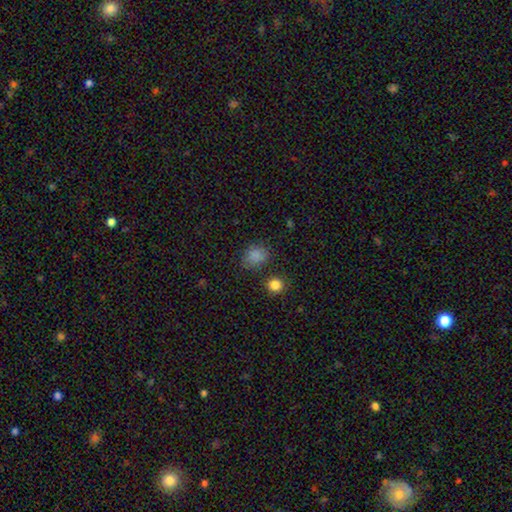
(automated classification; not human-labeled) A smooth galaxy with no disk features (82%) that is round (58%). Merging: none (75%).